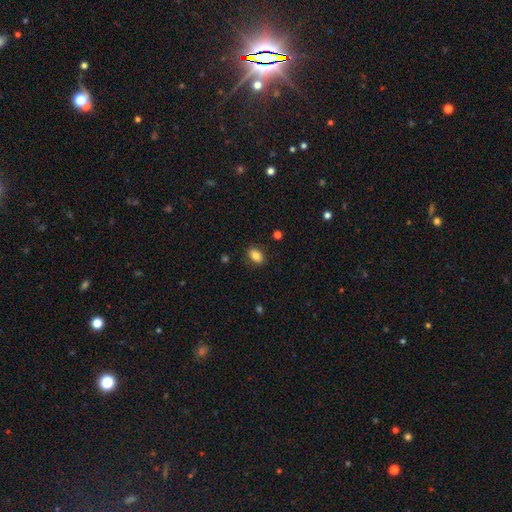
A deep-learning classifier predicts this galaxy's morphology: This is clearly a smooth galaxy (85%). How rounded: clearly in between (84%). Merging: clearly none (87%).